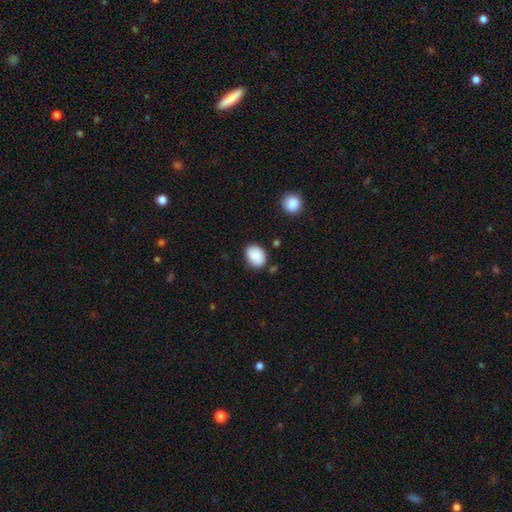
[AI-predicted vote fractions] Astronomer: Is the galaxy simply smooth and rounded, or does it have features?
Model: smooth — 87%.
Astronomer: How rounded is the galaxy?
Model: in between — 70%.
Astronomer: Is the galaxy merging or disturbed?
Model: none — 76%.